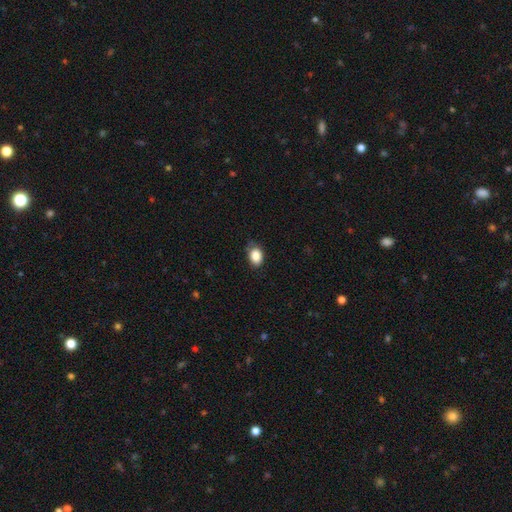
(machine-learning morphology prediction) This appears to be a smooth galaxy with no disk features (86%) that is in between round and cigar-shaped (81%). Merging: none (73%).